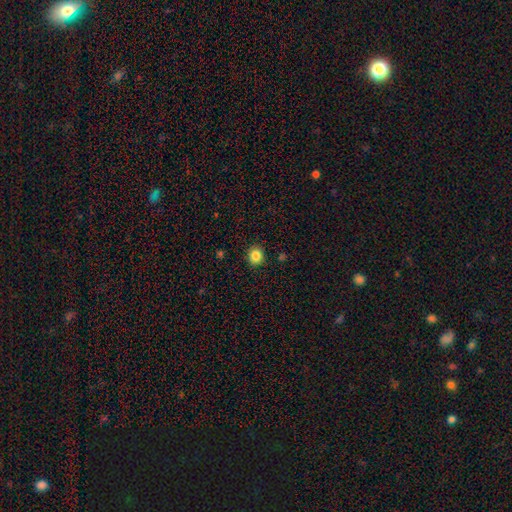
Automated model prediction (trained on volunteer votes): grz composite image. It shows a smooth galaxy with no disk features (85%) that is round (78%). Merging: none (90%).